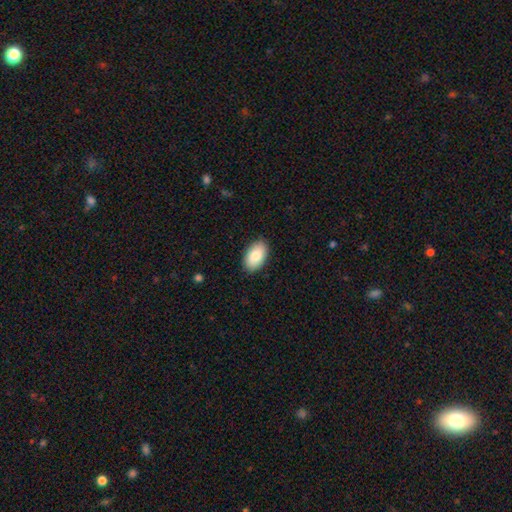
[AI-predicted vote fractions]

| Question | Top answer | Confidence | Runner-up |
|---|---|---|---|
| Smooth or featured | smooth | 85% | featured or disk (9%) |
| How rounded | in between | 95% | round (4%) |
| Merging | none | 88% | minor disturbance (9%) |